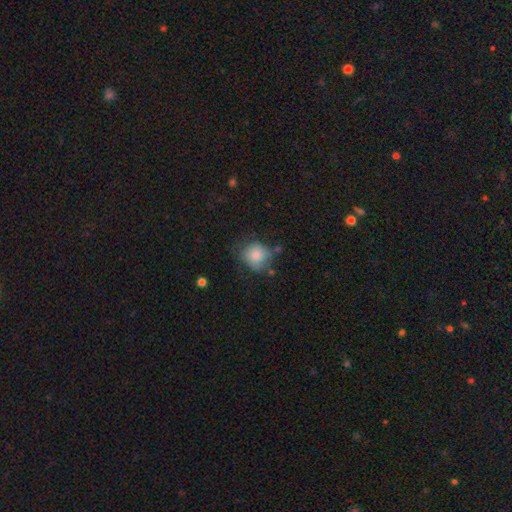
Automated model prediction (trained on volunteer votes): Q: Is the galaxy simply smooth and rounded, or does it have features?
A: smooth — 78%.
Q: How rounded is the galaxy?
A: round — 77%.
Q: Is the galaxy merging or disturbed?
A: none — 58%.